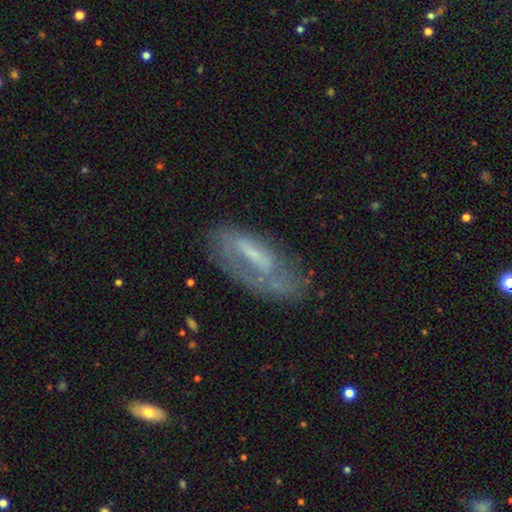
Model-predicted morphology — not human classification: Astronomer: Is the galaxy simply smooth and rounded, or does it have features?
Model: featured or disk — 57% (runner-up: smooth, 34%).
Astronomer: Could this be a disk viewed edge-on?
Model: no — 80%.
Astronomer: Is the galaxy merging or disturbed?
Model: none — 52%.